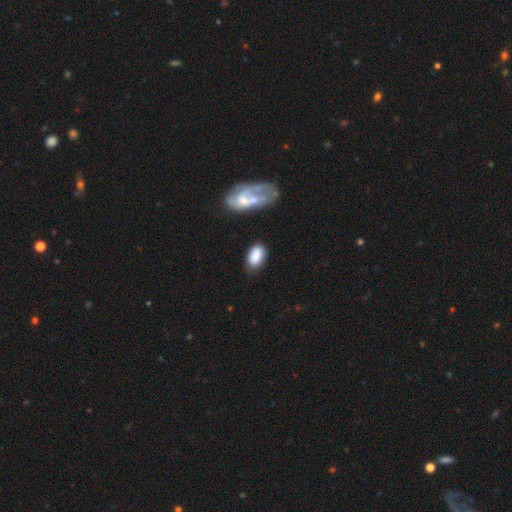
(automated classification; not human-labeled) A smooth galaxy with no disk features (84%) that is in between round and cigar-shaped (90%). Merging: none (65%).